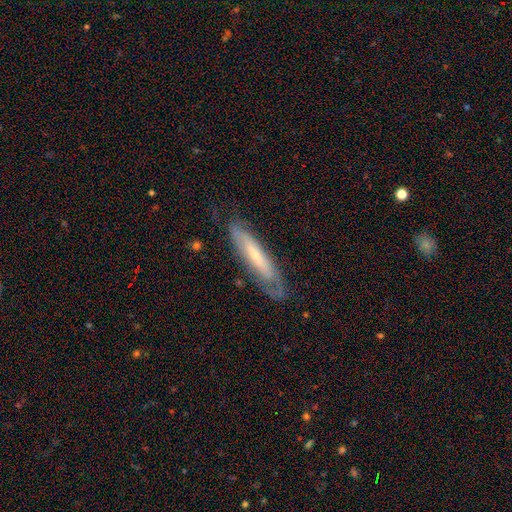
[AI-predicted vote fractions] Smooth or featured? featured or disk (62%)
Edge-on disk? no (53%)
Merging? none (69%)